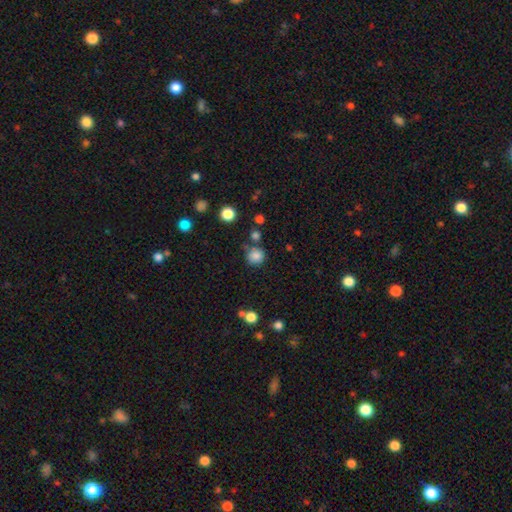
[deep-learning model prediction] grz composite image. It shows a smooth galaxy with no disk features (83%) that is round (89%). Merging: none (70%).